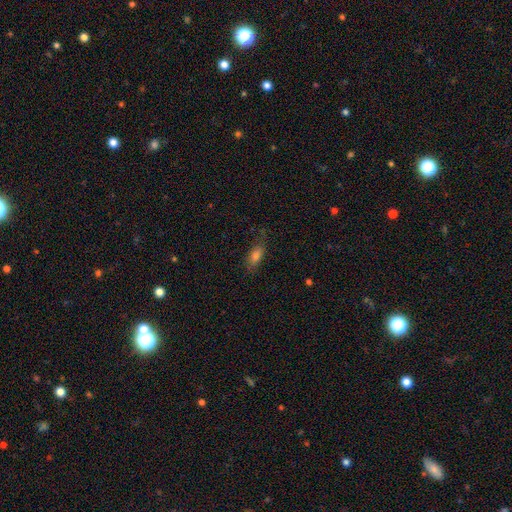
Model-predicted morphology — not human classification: This appears to be a smooth galaxy with no disk features (74%) that is in between round and cigar-shaped (74%). Merging: none (72%).